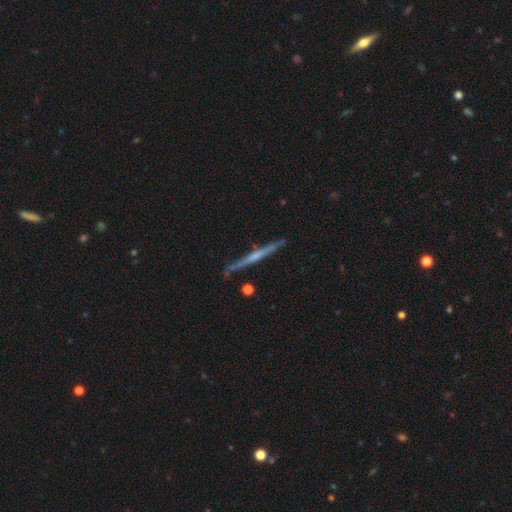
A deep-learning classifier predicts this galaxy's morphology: Q: Smooth or featured?
A: featured or disk (69%); runner-up: smooth (25%)
Q: Edge-on disk?
A: yes (98%); runner-up: no (2%)
Q: Edge-on bulge?
A: none (51%); runner-up: rounded (38%)
Q: Merging?
A: none (85%); runner-up: minor disturbance (11%)